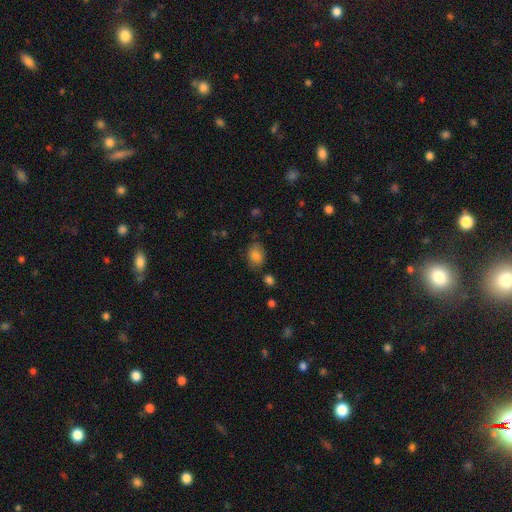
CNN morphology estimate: Overall: smooth (84%). How rounded: in between (73%). Merging: none (73%).